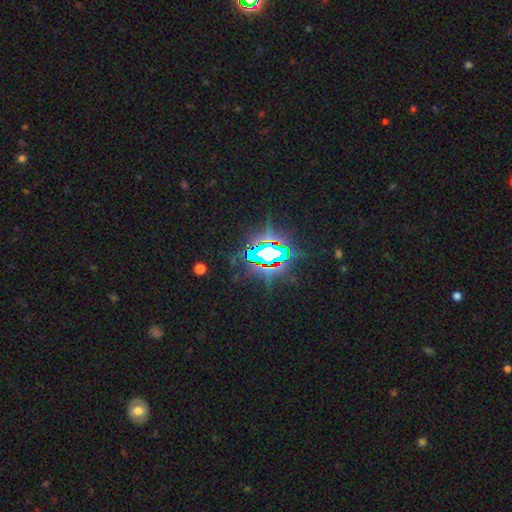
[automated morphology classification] Smooth or featured? star or artifact (81%)